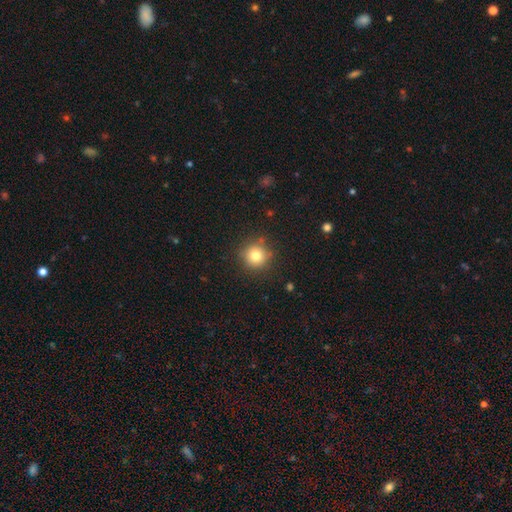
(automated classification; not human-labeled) Smooth or featured? Predicted: smooth (p=0.80). How rounded? Predicted: round (p=0.93). Merging? Predicted: none (p=0.86).